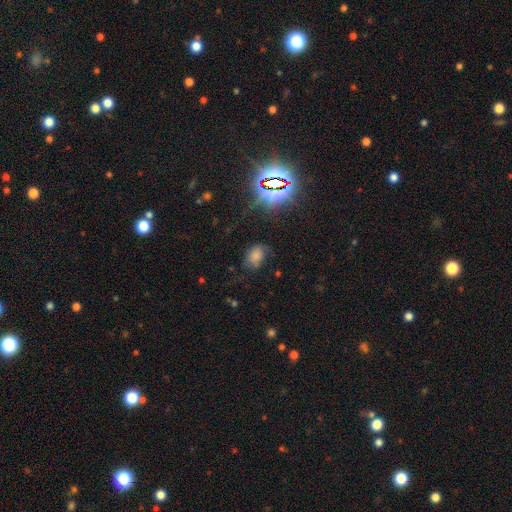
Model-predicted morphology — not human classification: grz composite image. It shows a smooth galaxy with no disk features (66%) that is in between round and cigar-shaped (78%). Merging: none (58%).